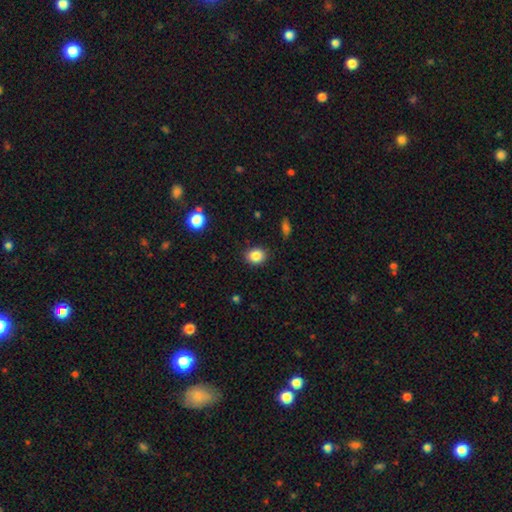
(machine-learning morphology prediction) Smooth or featured: smooth — 86% (star or artifact — 10%)
How rounded: round — 63% (in between — 36%)
Merging: none — 87% (minor disturbance — 9%)